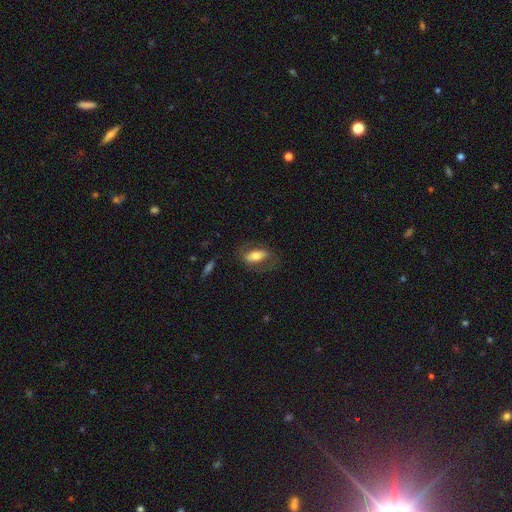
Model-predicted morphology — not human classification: Smooth or featured: smooth — 55% (featured or disk — 38%)
How rounded: in between — 75% (cigar-shaped — 21%)
Merging: none — 67% (minor disturbance — 18%)